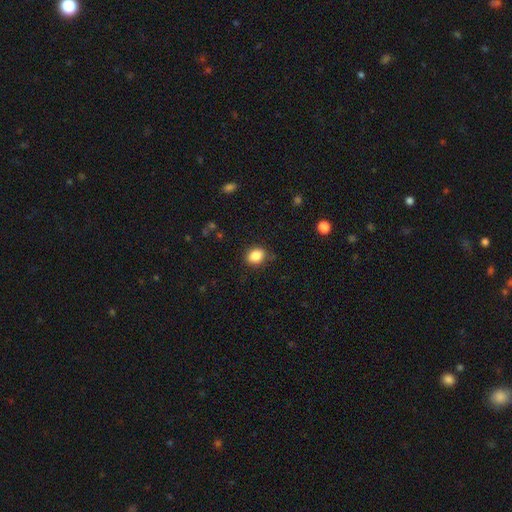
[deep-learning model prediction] Smooth or featured? Predicted: smooth (p=0.87). How rounded? Predicted: in between (p=0.54). Merging? Predicted: none (p=0.81).